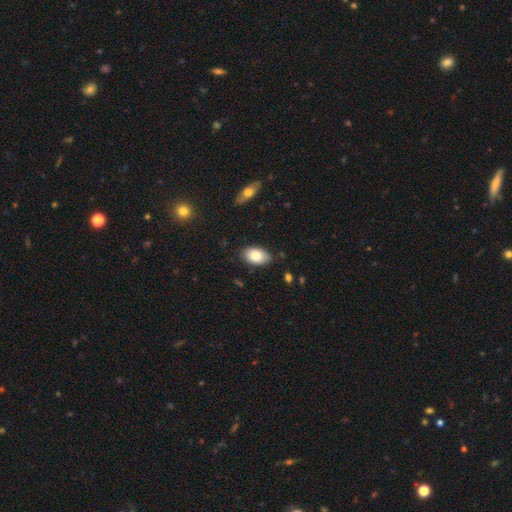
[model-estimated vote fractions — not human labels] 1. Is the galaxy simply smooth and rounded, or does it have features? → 85% smooth, 8% featured or disk, 7% star or artifact.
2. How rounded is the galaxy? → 92% in between, 7% round, 1% cigar-shaped.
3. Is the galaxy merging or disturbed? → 81% none, 15% minor disturbance, 2% major disturbance, 2% merger.